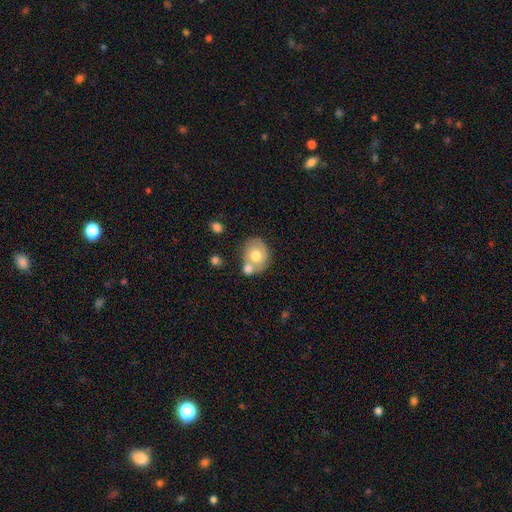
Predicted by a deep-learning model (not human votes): Smooth or featured: smooth — 64% (featured or disk — 29%)
How rounded: round — 53% (in between — 46%)
Merging: merger — 44% (none — 37%)